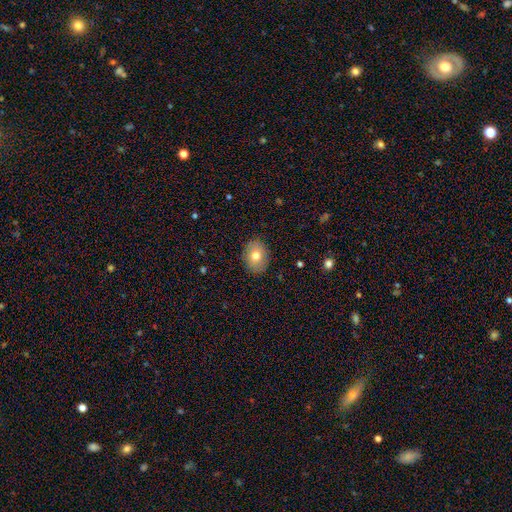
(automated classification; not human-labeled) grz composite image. It shows a smooth galaxy with no disk features (76%) that is in between round and cigar-shaped (54%). Merging: none (88%).